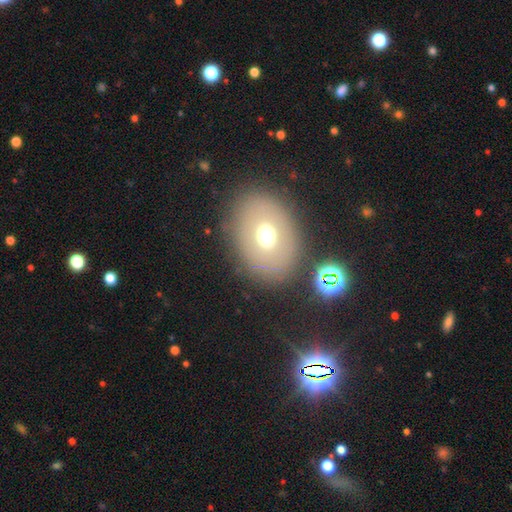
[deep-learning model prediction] Overall: smooth (42%; featured or disk 37%). Merging: none (84%).